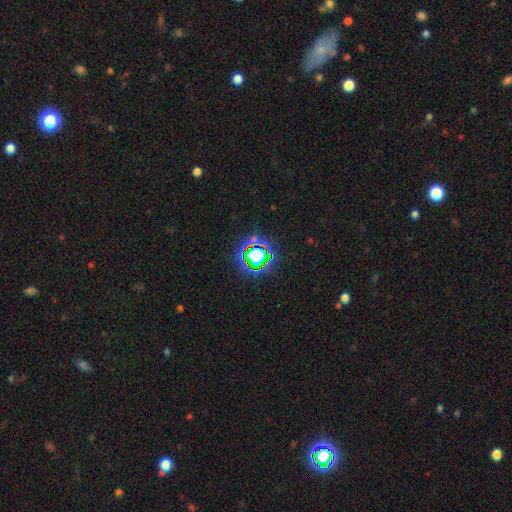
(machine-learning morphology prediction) Smooth or featured?
  - star or artifact: 68% *
  - smooth: 20%
  - featured or disk: 12%